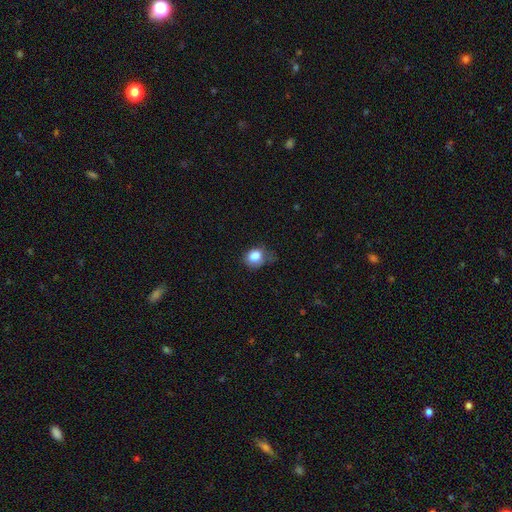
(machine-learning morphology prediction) This appears to be a smooth galaxy with no disk features (83%) that is round (59%). Merging: none (42%).